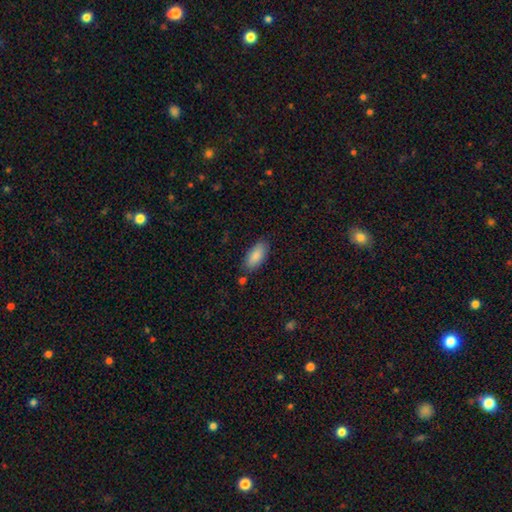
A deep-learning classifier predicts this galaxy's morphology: smooth 88%, star or artifact 6%, featured or disk 6%. Down the decision tree: how rounded — in between (89%); merging — none (81%).